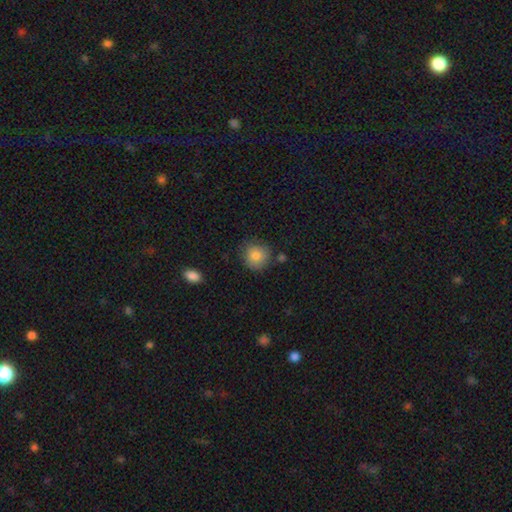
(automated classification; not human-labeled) Q: Smooth or featured?
A: smooth (83%); runner-up: star or artifact (9%)
Q: How rounded?
A: round (90%); runner-up: in between (9%)
Q: Merging?
A: none (79%); runner-up: minor disturbance (14%)